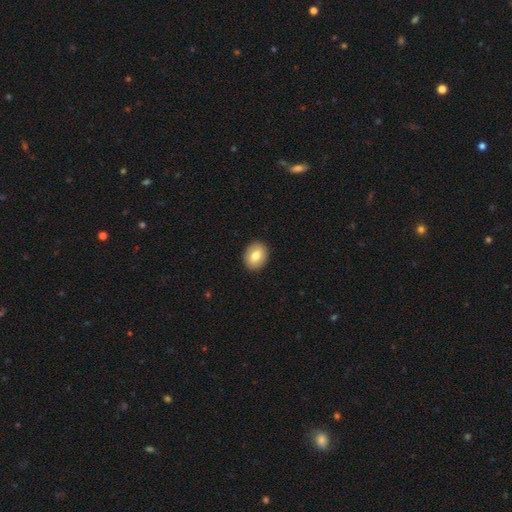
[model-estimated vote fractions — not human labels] This appears to be a smooth galaxy with no disk features (77%) that is round (50%). Merging: none (91%).